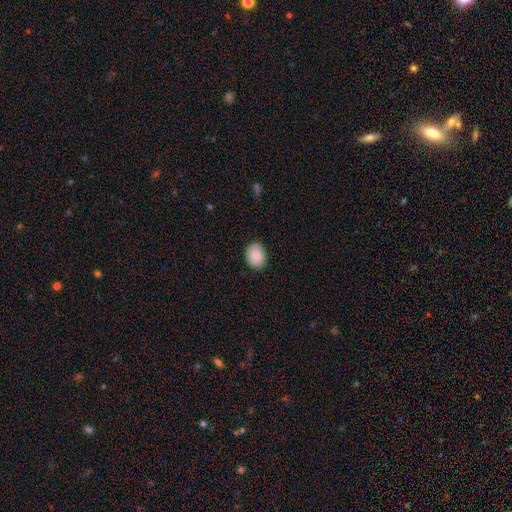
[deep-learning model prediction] smooth 86%, star or artifact 7%, featured or disk 6%. Down the decision tree: how rounded — in between (60%); merging — none (85%).